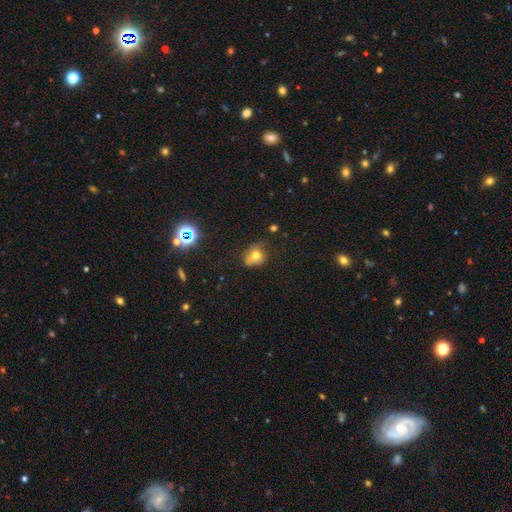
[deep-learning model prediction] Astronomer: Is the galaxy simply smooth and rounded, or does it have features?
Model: smooth — 67%.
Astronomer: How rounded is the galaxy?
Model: round — 51% (runner-up: in between, 47%).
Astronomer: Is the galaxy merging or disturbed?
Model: none — 57%.